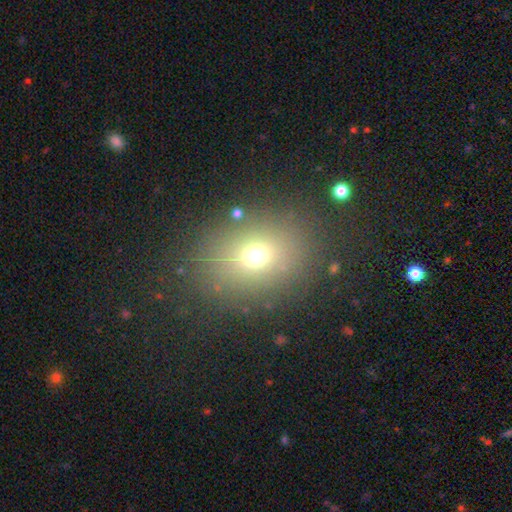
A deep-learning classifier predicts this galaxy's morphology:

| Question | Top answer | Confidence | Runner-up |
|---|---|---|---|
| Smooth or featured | smooth | 67% | star or artifact (20%) |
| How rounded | in between | 51% | round (48%) |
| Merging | none | 82% | minor disturbance (9%) |